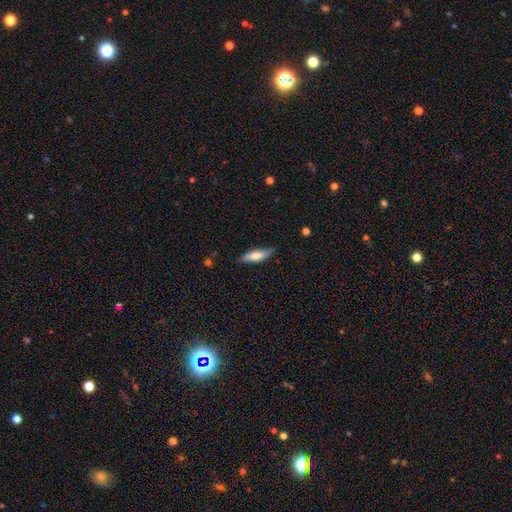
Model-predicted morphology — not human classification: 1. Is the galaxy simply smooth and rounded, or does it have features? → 66% smooth, 28% featured or disk, 6% star or artifact.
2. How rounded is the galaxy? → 63% cigar-shaped, 35% in between, 2% round.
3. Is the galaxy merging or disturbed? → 82% none, 14% minor disturbance, 2% major disturbance, 1% merger.